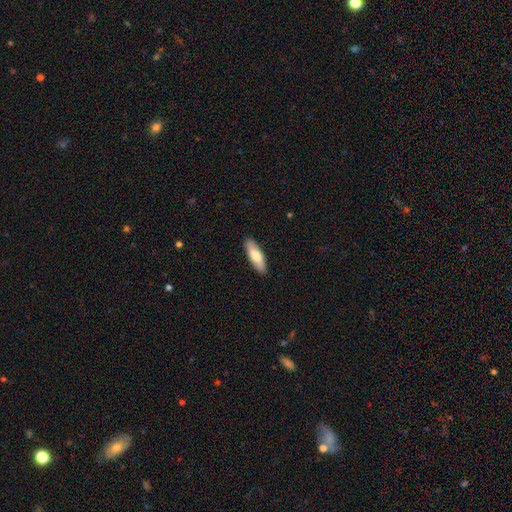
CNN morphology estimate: Q: Smooth or featured?
A: smooth (75%); runner-up: featured or disk (20%)
Q: How rounded?
A: in between (53%); runner-up: cigar-shaped (45%)
Q: Merging?
A: none (89%); runner-up: minor disturbance (9%)